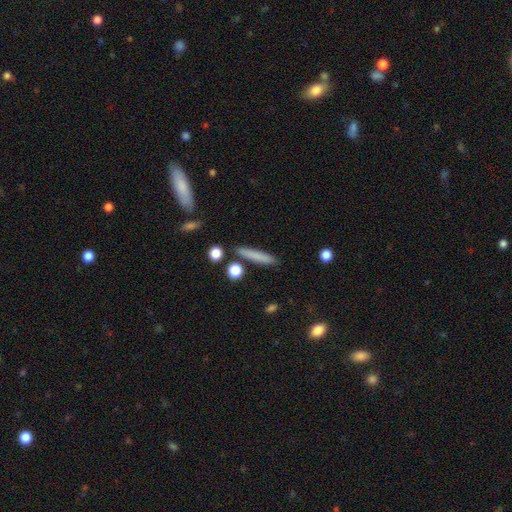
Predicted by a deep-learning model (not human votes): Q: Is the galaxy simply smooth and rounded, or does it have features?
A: smooth — 77%.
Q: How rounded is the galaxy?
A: cigar-shaped — 89%.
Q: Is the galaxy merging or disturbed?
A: none — 84%.